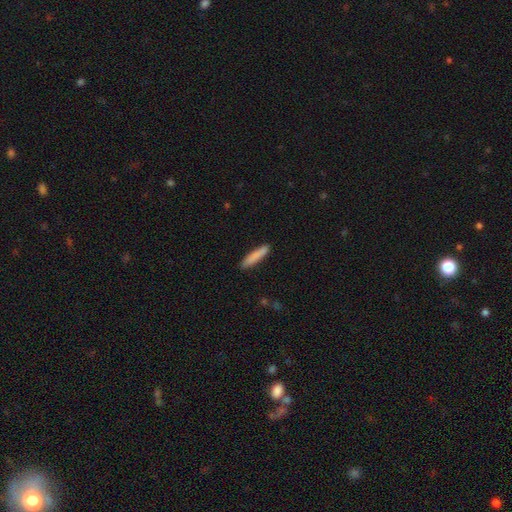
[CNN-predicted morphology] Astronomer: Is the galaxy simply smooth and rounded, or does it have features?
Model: smooth — 85%.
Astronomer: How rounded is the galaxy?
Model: cigar-shaped — 90%.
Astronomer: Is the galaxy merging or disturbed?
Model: none — 89%.